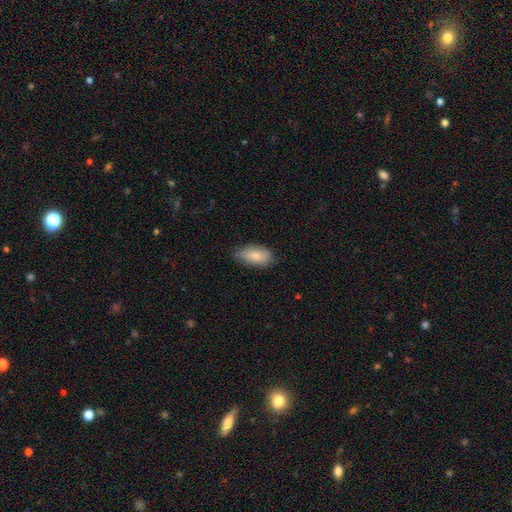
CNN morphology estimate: Q: Smooth or featured?
A: smooth (81%); runner-up: featured or disk (13%)
Q: How rounded?
A: in between (91%); runner-up: cigar-shaped (6%)
Q: Merging?
A: none (71%); runner-up: minor disturbance (24%)